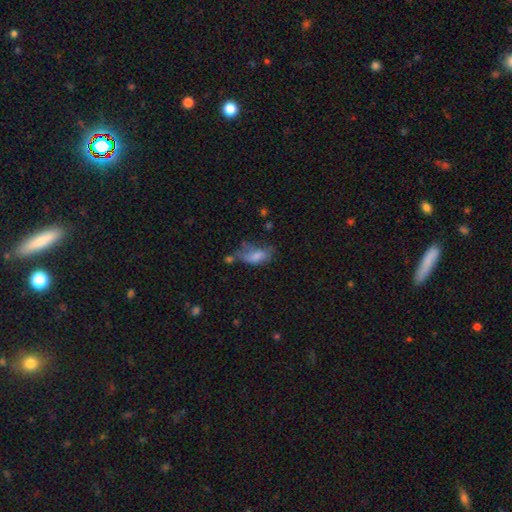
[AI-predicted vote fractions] Smooth or featured?
  - smooth: 71% *
  - featured or disk: 19%
  - star or artifact: 9%
How rounded?
  - in between: 89% *
  - cigar-shaped: 7%
  - round: 4%
Merging?
  - none: 31% *
  - minor disturbance: 30%
  - major disturbance: 25%
  - merger: 14%